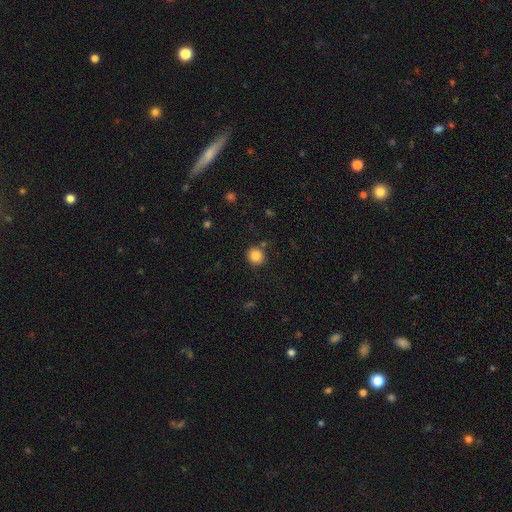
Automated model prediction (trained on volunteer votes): This is clearly a smooth galaxy (83%). How rounded: clearly round (89%). Merging: clearly none (85%).